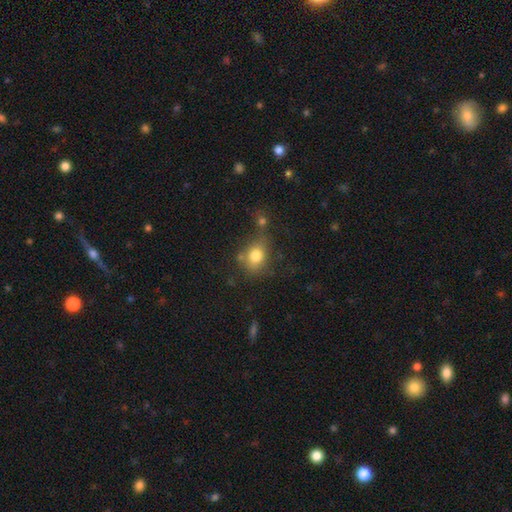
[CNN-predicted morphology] Smooth or featured? Predicted: smooth (p=0.79). How rounded? Predicted: round (p=0.55). Merging? Predicted: none (p=0.55).